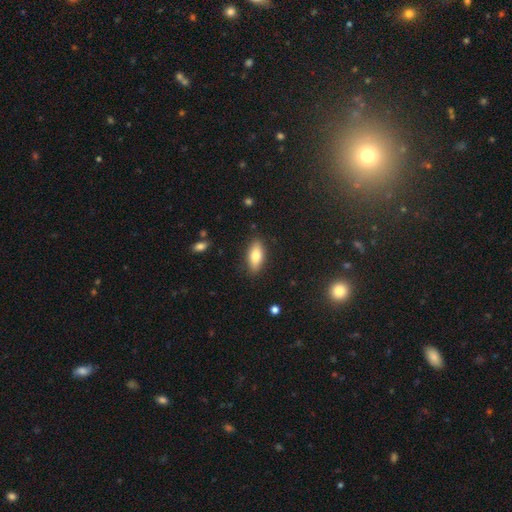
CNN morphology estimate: A smooth galaxy with no disk features (77%) that is in between round and cigar-shaped (80%).

Vote fractions:
- Smooth or featured? smooth: 77% / featured or disk: 17% / star or artifact: 7%
- How rounded? in between: 80% / cigar-shaped: 17% / round: 3%
- Merging? none: 86% / minor disturbance: 10% / major disturbance: 2% / merger: 1%